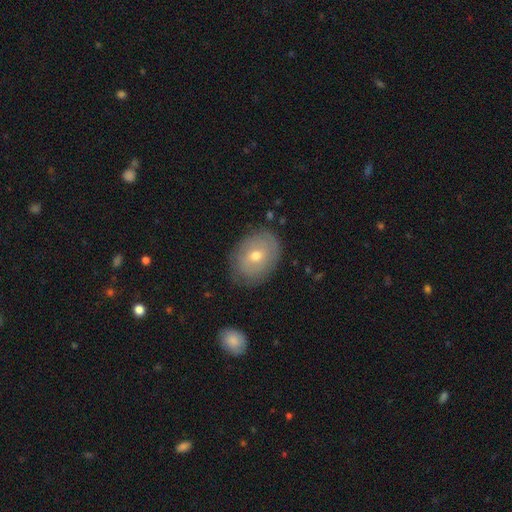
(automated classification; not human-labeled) Q: Smooth or featured?
A: smooth (46%); tied with: featured or disk (46%)
Q: Merging?
A: none (78%); runner-up: minor disturbance (17%)